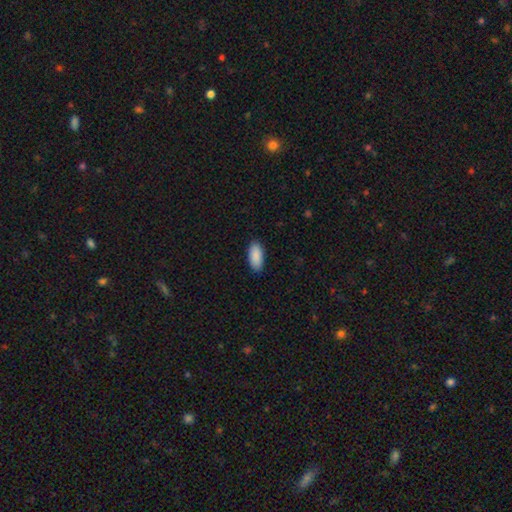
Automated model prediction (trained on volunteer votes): This appears to be a smooth galaxy with no disk features (91%) that is in between round and cigar-shaped (91%). Merging: none (87%).